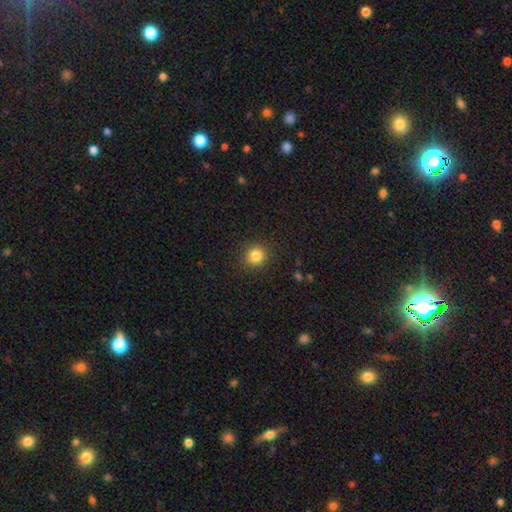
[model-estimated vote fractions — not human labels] smooth_or_featured: smooth (p=0.83) [alt: star or artifact p=0.12]
how_rounded: round (p=0.92) [alt: in between p=0.07]
merging: none (p=0.90) [alt: minor disturbance p=0.06]